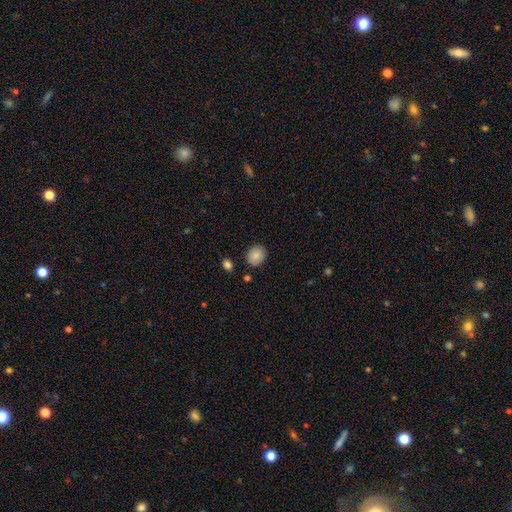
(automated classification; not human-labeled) Smooth or featured: smooth — 84% (star or artifact — 8%)
How rounded: round — 58% (in between — 41%)
Merging: none — 83% (minor disturbance — 11%)